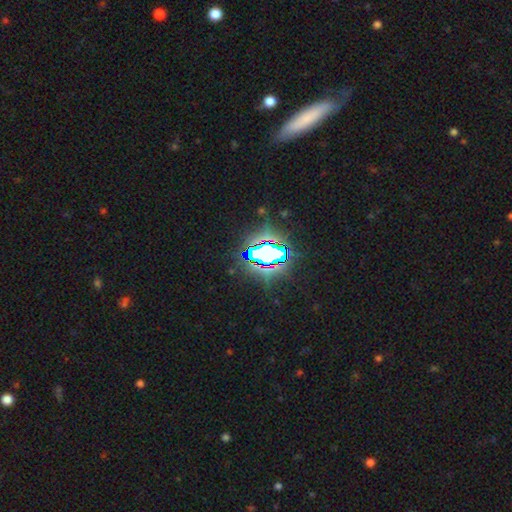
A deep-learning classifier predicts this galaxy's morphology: Smooth or featured? Predicted: star or artifact (p=0.72).